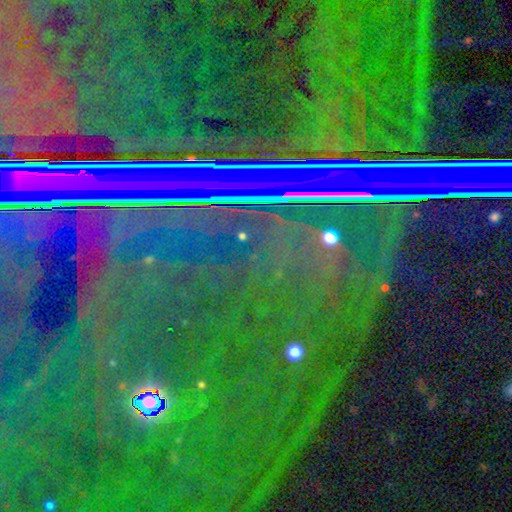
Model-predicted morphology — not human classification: Overall: star or artifact (85%).